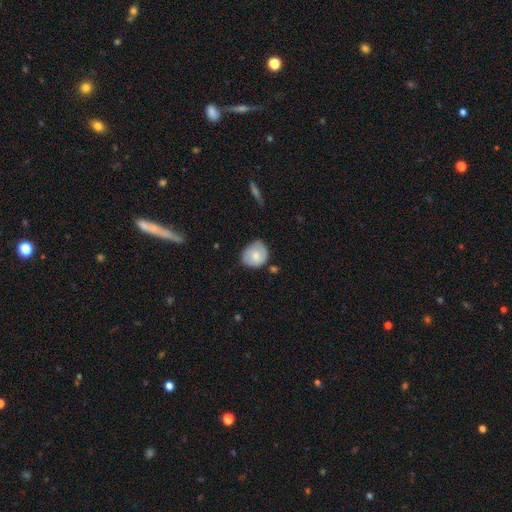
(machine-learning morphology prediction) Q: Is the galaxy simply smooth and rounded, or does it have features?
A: smooth — 69%.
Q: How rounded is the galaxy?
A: round — 65%.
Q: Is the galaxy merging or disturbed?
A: none — 62%.